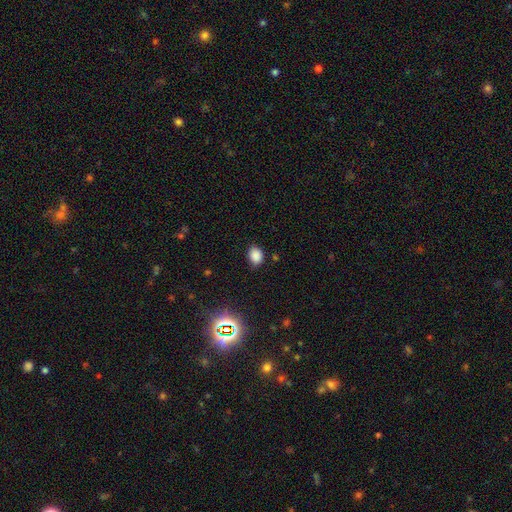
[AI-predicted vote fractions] smooth-or-featured: smooth: 83% | star or artifact: 13% | featured or disk: 4%
  how-rounded: in between: 57% | round: 42% | cigar-shaped: 1%
  merging: none: 78% | minor disturbance: 17% | major disturbance: 3% | merger: 2%